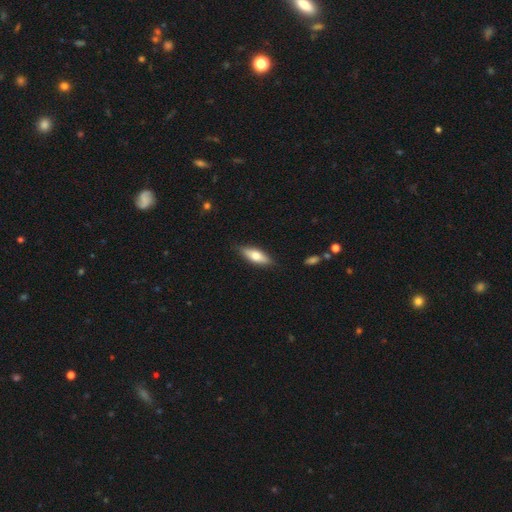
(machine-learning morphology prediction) This is likely a smooth galaxy (64%). How rounded: possibly in between (57%). Merging: clearly none (85%).